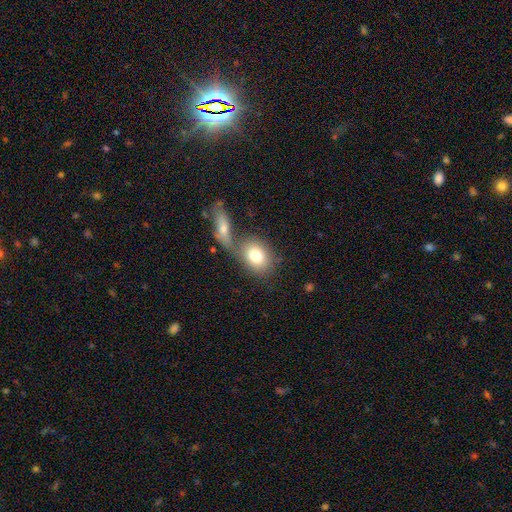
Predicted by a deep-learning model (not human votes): Smooth or featured?
  - smooth: 78% *
  - featured or disk: 15%
  - star or artifact: 8%
How rounded?
  - in between: 65% *
  - round: 33%
  - cigar-shaped: 2%
Merging?
  - none: 44% *
  - merger: 40%
  - minor disturbance: 11%
  - major disturbance: 5%